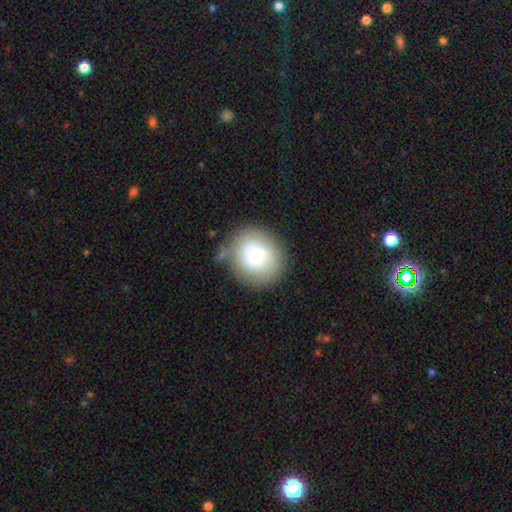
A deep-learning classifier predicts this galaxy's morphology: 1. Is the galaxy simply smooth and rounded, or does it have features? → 58% smooth, 34% featured or disk, 8% star or artifact.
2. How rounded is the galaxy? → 82% round, 17% in between, 1% cigar-shaped.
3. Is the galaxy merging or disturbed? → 65% none, 20% minor disturbance, 9% major disturbance, 6% merger.